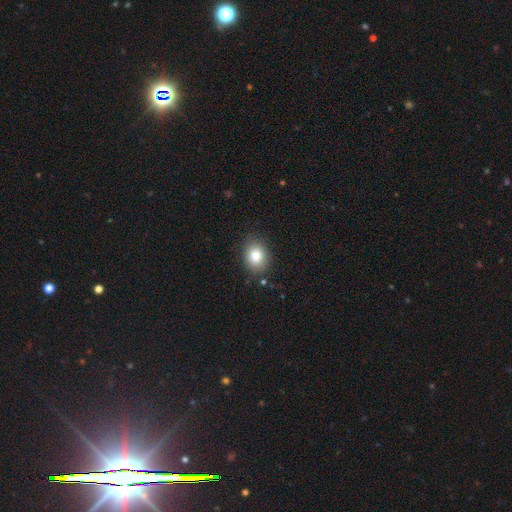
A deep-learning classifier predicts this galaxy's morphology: smooth 82%, star or artifact 10%, featured or disk 8%. Down the decision tree: how rounded — in between (51%); merging — none (84%).